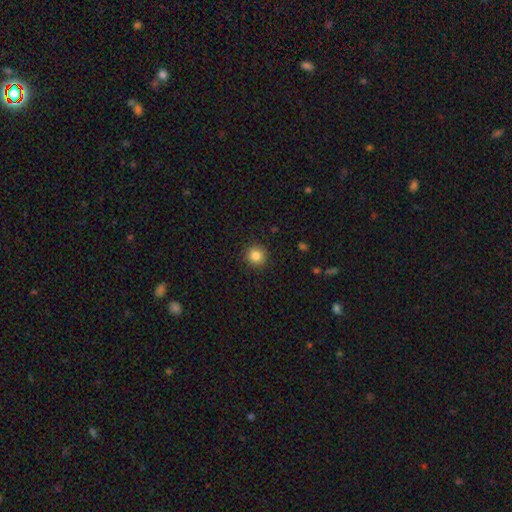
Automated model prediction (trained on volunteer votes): This appears to be a smooth galaxy with no disk features (85%) that is round (94%). Merging: none (91%).